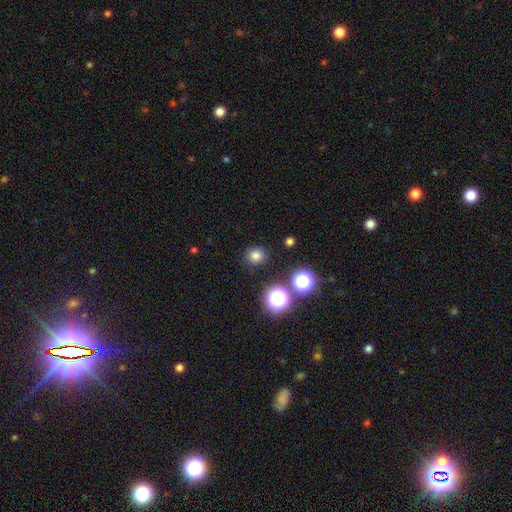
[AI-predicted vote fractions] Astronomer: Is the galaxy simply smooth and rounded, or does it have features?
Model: smooth — 77%.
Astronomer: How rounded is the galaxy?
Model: round — 84%.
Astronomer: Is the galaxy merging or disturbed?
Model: none — 88%.